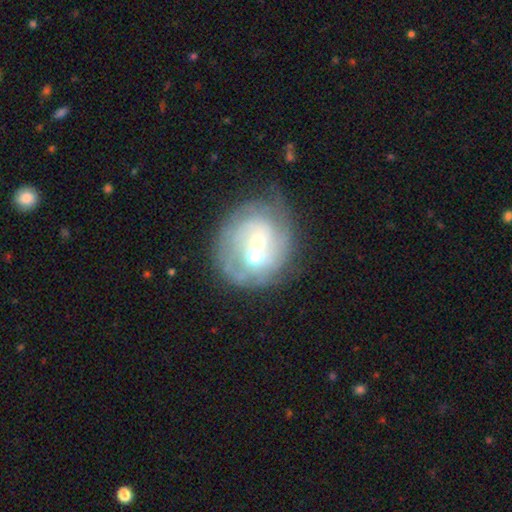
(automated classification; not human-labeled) smooth_or_featured: featured or disk (p=0.59) [alt: smooth p=0.29]
disk_edge_on: no (p=0.97) [alt: yes p=0.03]
bar: no (p=0.79) [alt: weak p=0.16]
has_spiral_arms: yes (p=0.56) [alt: no p=0.44]
bulge_size: moderate (p=0.54) [alt: small p=0.35]
merging: none (p=0.39) [alt: merger p=0.30]